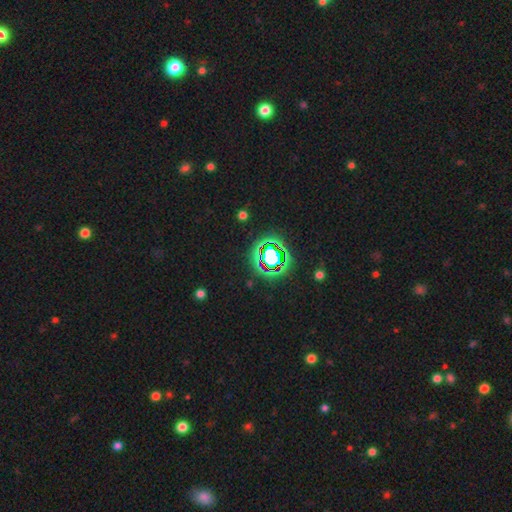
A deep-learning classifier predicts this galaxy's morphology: smooth_or_featured: star or artifact (p=0.79) [alt: smooth p=0.13]